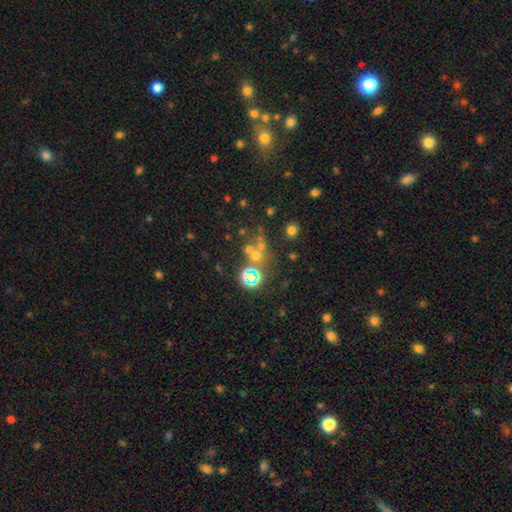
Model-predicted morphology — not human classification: smooth_or_featured: star or artifact (p=0.42) [alt: smooth p=0.40]